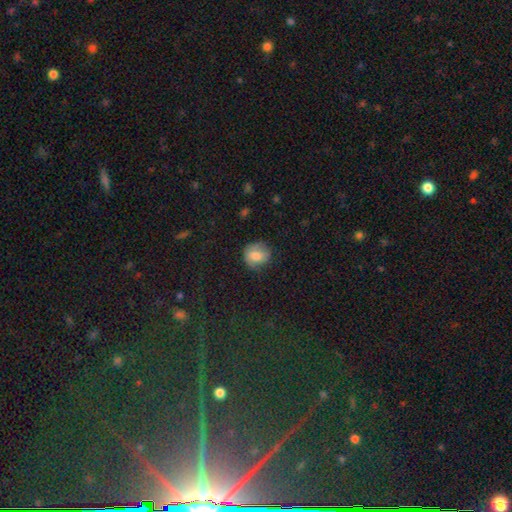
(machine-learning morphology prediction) type=smooth (74%); roundness=round (78%); merging=none (66%).